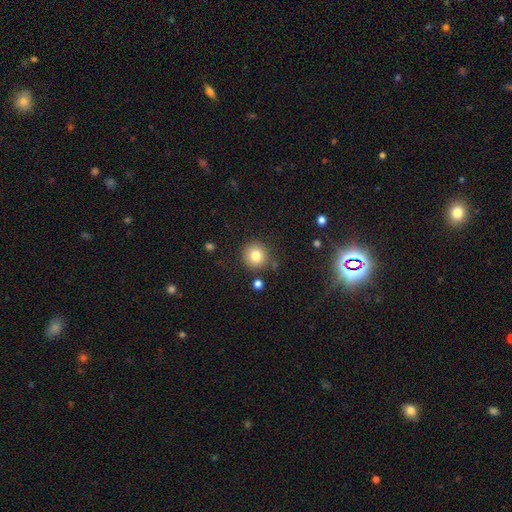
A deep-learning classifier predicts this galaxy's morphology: smooth_or_featured: smooth (p=0.81) [alt: star or artifact p=0.11]
how_rounded: round (p=0.94) [alt: in between p=0.05]
merging: none (p=0.85) [alt: minor disturbance p=0.08]